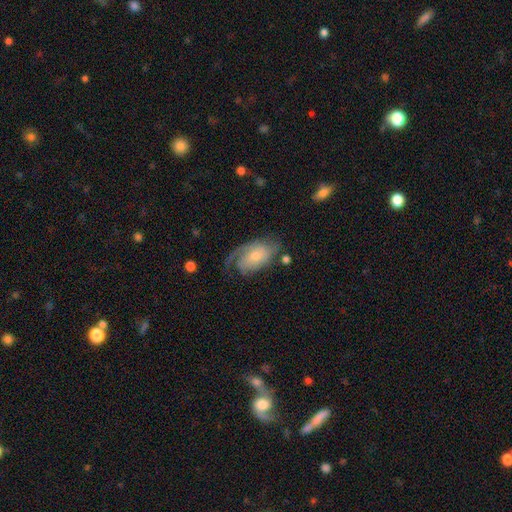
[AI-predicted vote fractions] A featured or disk galaxy (66%) with no bar (72%), 1 (50%) medium (38%) spiral arms (88%) and a small central bulge (55%).

Vote fractions:
- Smooth or featured? featured or disk: 66% / smooth: 28% / star or artifact: 6%
- Edge-on disk? no: 95% / yes: 5%
- Bar? no: 72% / weak: 24% / strong: 4%
- Spiral arms? yes: 88% / no: 12%
- Spiral winding? medium: 38% / tight: 34% / loose: 28%
- Spiral arm count? 1: 50% / 2: 28% / can't tell: 15% / 3: 4% / 4: 2% / more than 4: 1%
- Bulge size? small: 55% / moderate: 35% / none: 4% / large: 4% / dominant: 2%
- Merging? none: 48% / major disturbance: 25% / minor disturbance: 24% / merger: 3%